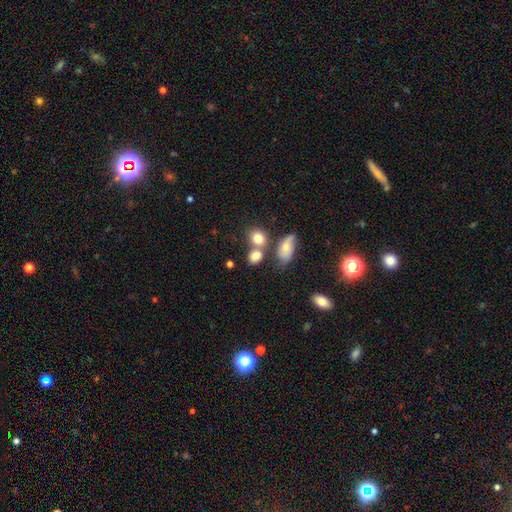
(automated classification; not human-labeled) Smooth or featured: smooth — 78% (featured or disk — 12%)
How rounded: in between — 55% (round — 43%)
Merging: none — 47% (merger — 34%)